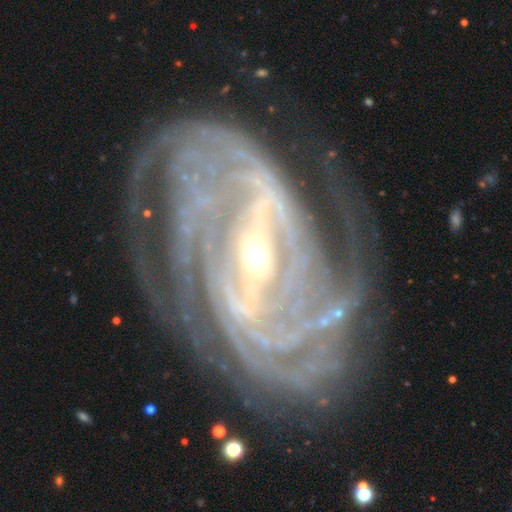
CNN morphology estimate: Smooth or featured? Predicted: featured or disk (p=0.90). Edge-on disk? Predicted: no (p=0.95). Bar? Predicted: strong (p=0.67). Spiral arms? Predicted: yes (p=0.97). Spiral winding? Predicted: tight (p=0.65). Spiral arm count? Predicted: can't tell (p=0.24). Bulge size? Predicted: small (p=0.57). Merging? Predicted: none (p=0.71).